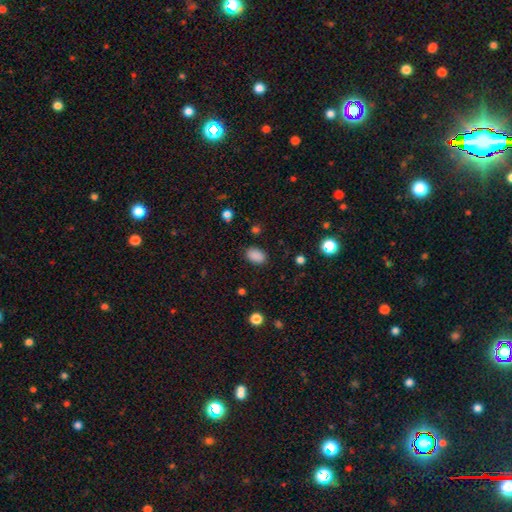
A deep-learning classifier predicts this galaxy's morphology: smooth-or-featured: smooth: 87% | star or artifact: 10% | featured or disk: 3%
  how-rounded: in between: 88% | round: 11% | cigar-shaped: 1%
  merging: none: 86% | minor disturbance: 10% | major disturbance: 3% | merger: 1%